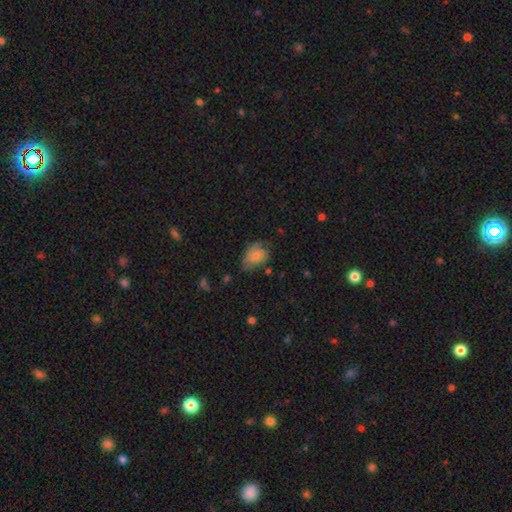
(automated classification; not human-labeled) Smooth or featured? smooth (61%)
How rounded? in between (71%)
Merging? none (43%)